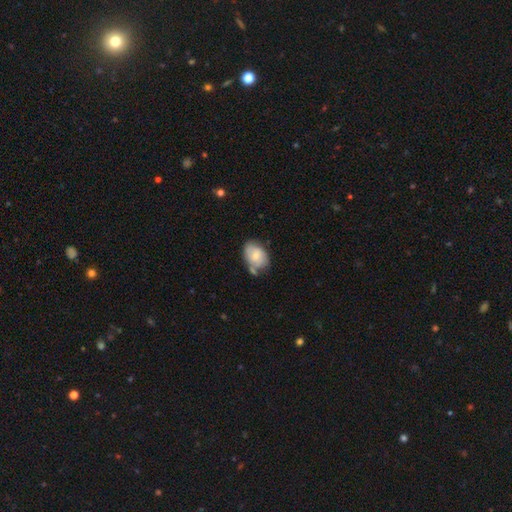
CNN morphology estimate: Q: Smooth or featured?
A: smooth (66%); runner-up: featured or disk (28%)
Q: How rounded?
A: in between (80%); runner-up: round (19%)
Q: Merging?
A: none (50%); runner-up: minor disturbance (28%)